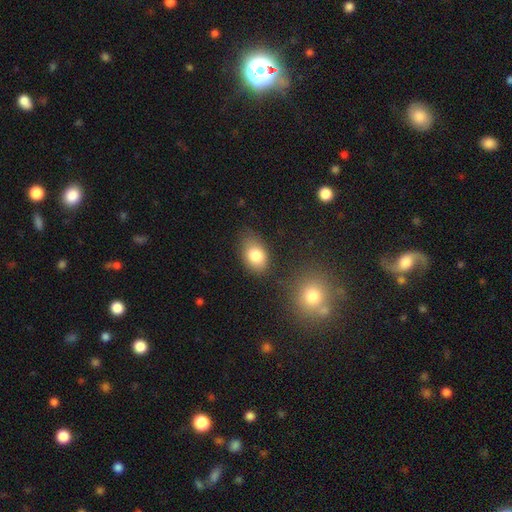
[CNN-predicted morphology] Smooth or featured? smooth (82%)
How rounded? in between (81%)
Merging? none (71%)